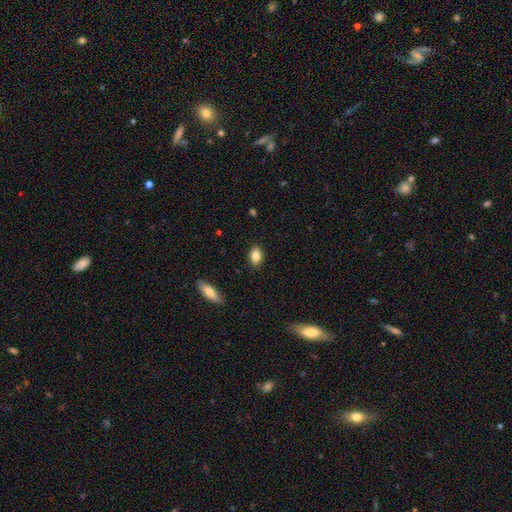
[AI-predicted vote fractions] Smooth or featured: smooth — 83% (featured or disk — 9%)
How rounded: in between — 83% (round — 14%)
Merging: none — 87% (minor disturbance — 9%)